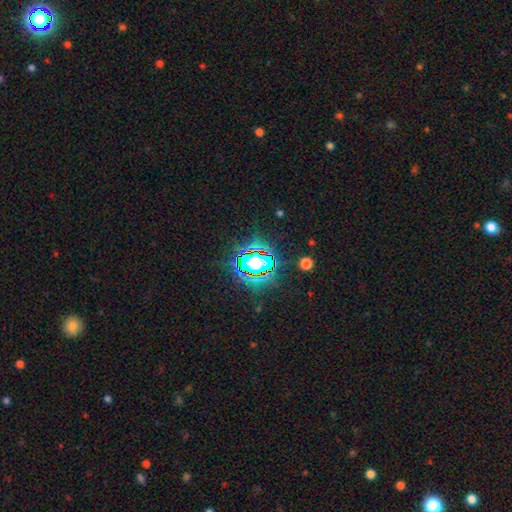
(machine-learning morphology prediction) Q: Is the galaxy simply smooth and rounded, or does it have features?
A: star or artifact — 80%.